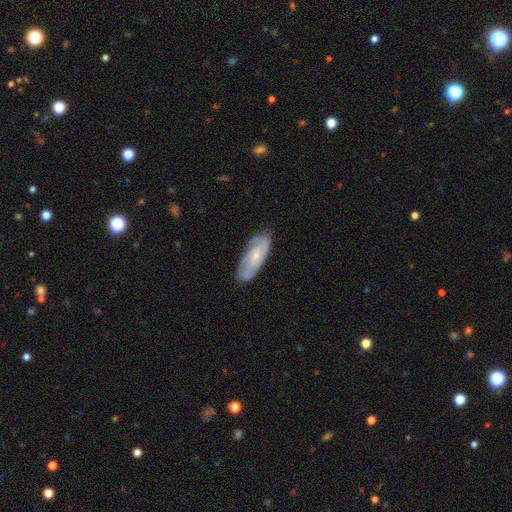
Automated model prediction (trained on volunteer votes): Smooth or featured? Predicted: featured or disk (p=0.57). Edge-on disk? Predicted: no (p=0.87). Merging? Predicted: none (p=0.71).